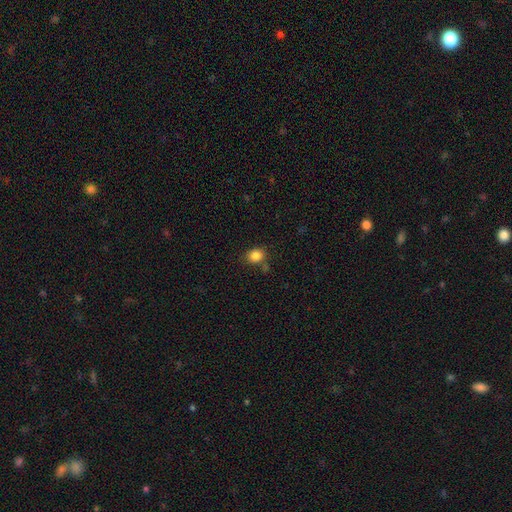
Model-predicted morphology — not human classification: Smooth or featured?
  - smooth: 84% *
  - star or artifact: 11%
  - featured or disk: 5%
How rounded?
  - round: 62% *
  - in between: 37%
  - cigar-shaped: 1%
Merging?
  - none: 74% *
  - minor disturbance: 14%
  - merger: 8%
  - major disturbance: 4%